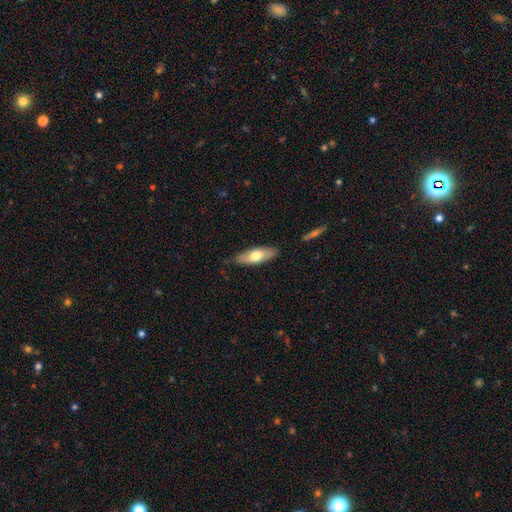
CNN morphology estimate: This is likely a smooth galaxy (65%). How rounded: likely in between (66%). Merging: clearly none (82%).